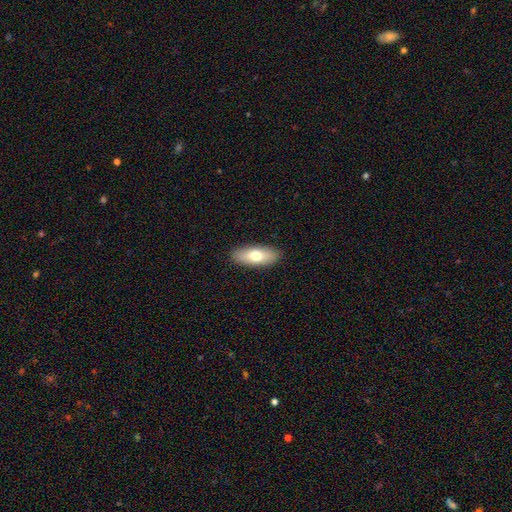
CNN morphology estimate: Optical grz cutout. It shows a smooth galaxy with no disk features (70%) that is in between round and cigar-shaped (77%). Merging: none (89%).